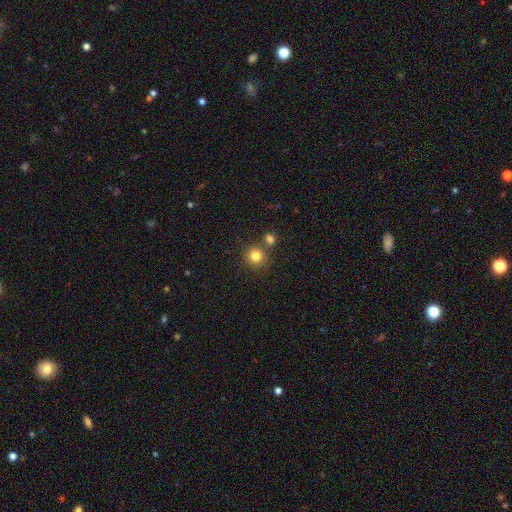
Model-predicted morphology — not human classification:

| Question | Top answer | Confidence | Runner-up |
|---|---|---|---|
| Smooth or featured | smooth | 81% | star or artifact (12%) |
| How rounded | round | 92% | in between (7%) |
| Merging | none | 73% | merger (17%) |